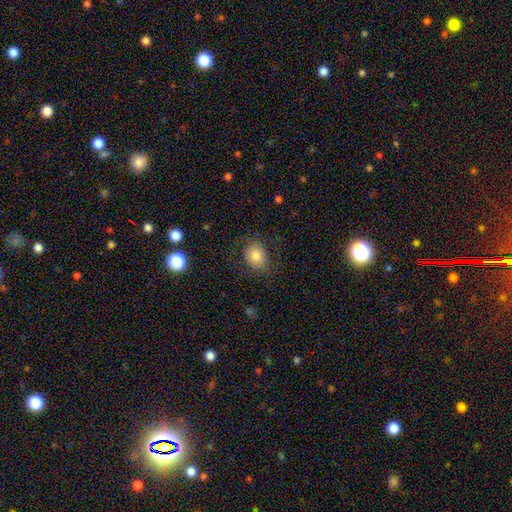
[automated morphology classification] Smooth or featured? Predicted: smooth (p=0.80). How rounded? Predicted: in between (p=0.51). Merging? Predicted: none (p=0.77).